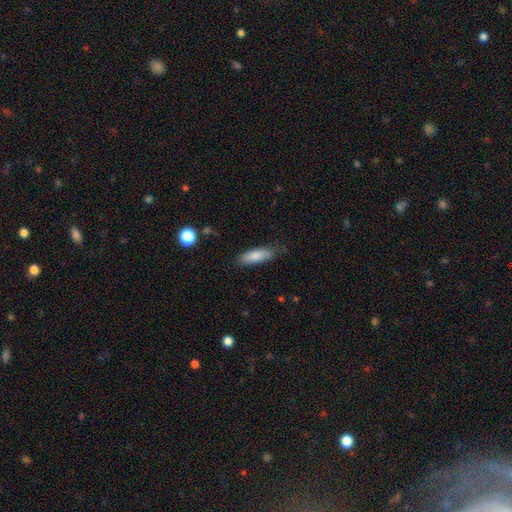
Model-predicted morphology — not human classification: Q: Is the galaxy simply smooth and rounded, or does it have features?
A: smooth — 83%.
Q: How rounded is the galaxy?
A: in between — 58%.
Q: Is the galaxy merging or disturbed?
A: none — 77%.